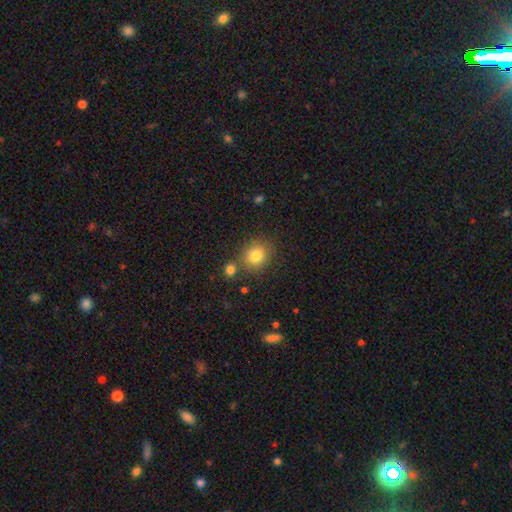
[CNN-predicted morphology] Q: Smooth or featured?
A: smooth (82%); runner-up: star or artifact (11%)
Q: How rounded?
A: round (73%); runner-up: in between (27%)
Q: Merging?
A: none (75%); runner-up: minor disturbance (11%)